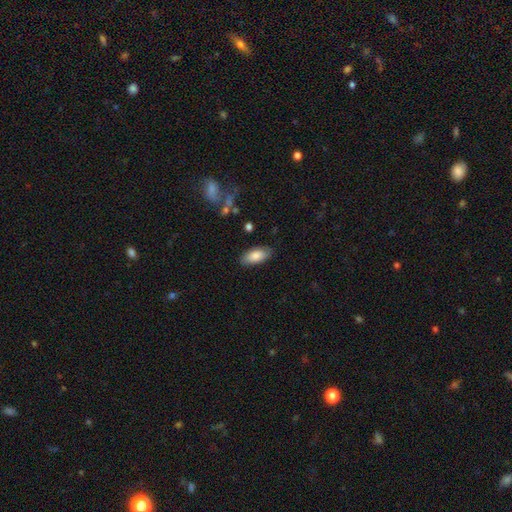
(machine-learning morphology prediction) Smooth or featured? smooth (84%)
How rounded? in between (90%)
Merging? none (84%)